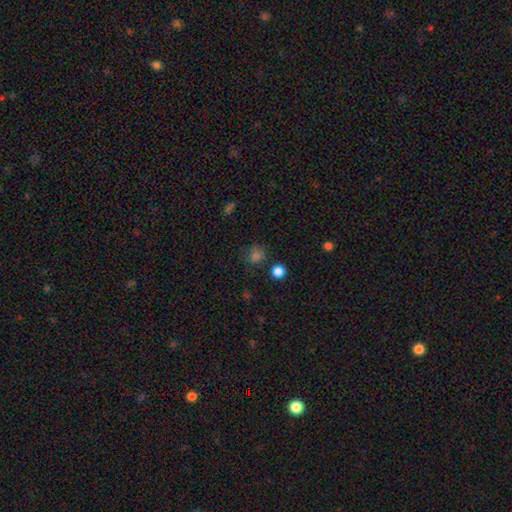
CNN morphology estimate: Smooth or featured? smooth (74%)
How rounded? round (86%)
Merging? none (75%)